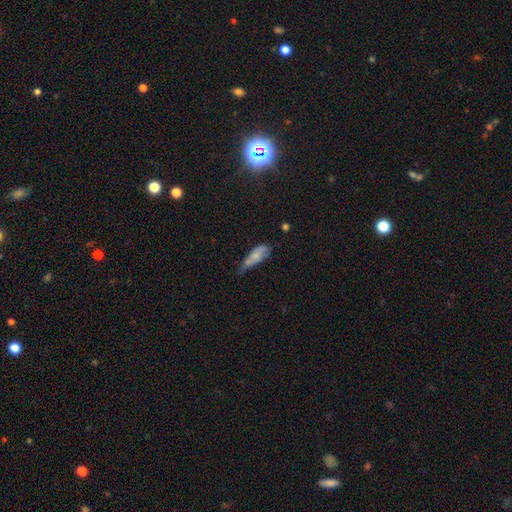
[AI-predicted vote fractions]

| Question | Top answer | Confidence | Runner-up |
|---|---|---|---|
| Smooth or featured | smooth | 68% | featured or disk (23%) |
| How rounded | in between | 62% | cigar-shaped (35%) |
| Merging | minor disturbance | 41% | none (31%) |